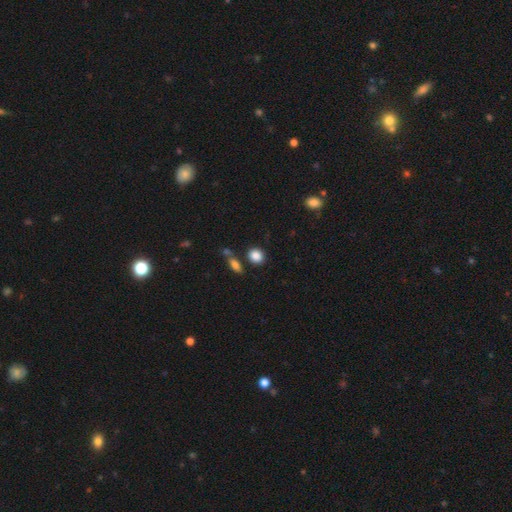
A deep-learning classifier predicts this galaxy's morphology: Q: Smooth or featured?
A: smooth (87%); runner-up: star or artifact (9%)
Q: How rounded?
A: round (69%); runner-up: in between (29%)
Q: Merging?
A: none (76%); runner-up: minor disturbance (10%)